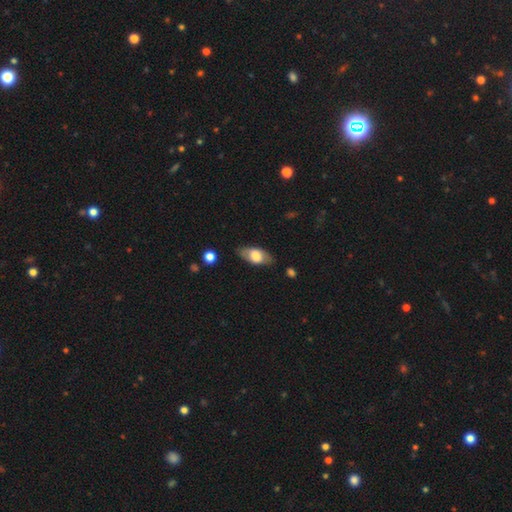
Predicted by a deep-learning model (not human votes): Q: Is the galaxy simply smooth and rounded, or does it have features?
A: smooth — 64%.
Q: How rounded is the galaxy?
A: in between — 88%.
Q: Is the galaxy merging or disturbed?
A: none — 77%.